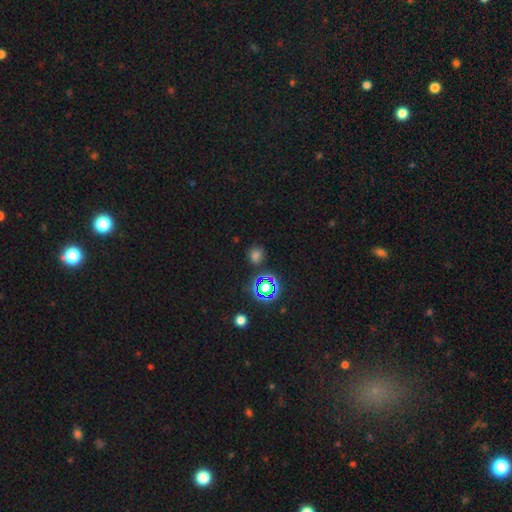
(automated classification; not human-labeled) Smooth or featured? smooth (62%)
How rounded? round (83%)
Merging? none (82%)